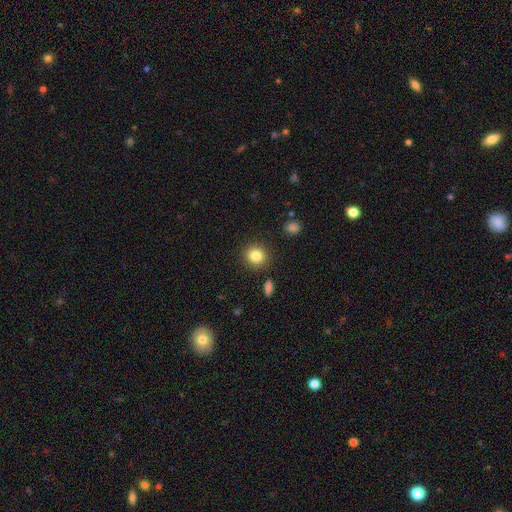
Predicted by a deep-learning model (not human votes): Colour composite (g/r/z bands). It shows a smooth galaxy with no disk features (84%) that is round (88%). Merging: none (89%).